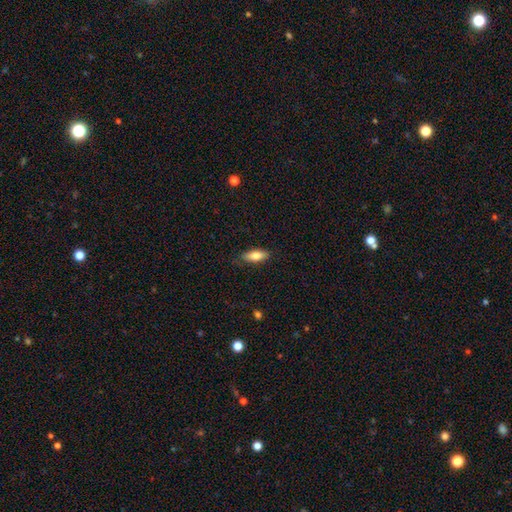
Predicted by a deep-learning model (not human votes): Smooth or featured?
  - smooth: 77% *
  - featured or disk: 16%
  - star or artifact: 6%
How rounded?
  - in between: 73% *
  - cigar-shaped: 24%
  - round: 2%
Merging?
  - none: 83% *
  - minor disturbance: 13%
  - major disturbance: 3%
  - merger: 1%